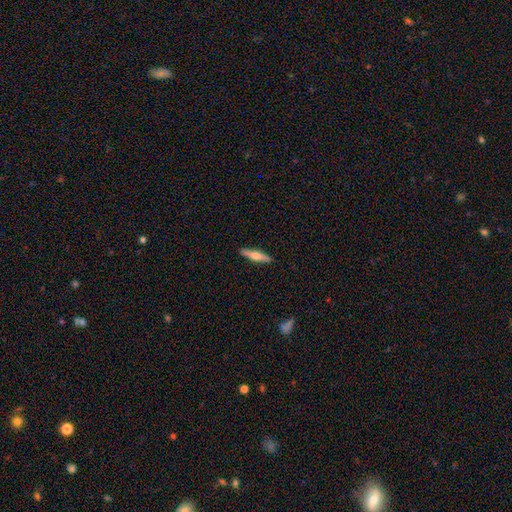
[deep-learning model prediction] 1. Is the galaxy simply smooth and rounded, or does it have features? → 51% smooth, 43% featured or disk, 6% star or artifact.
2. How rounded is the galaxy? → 82% cigar-shaped, 16% in between, 2% round.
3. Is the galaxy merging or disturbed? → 90% none, 7% minor disturbance, 2% major disturbance, 1% merger.